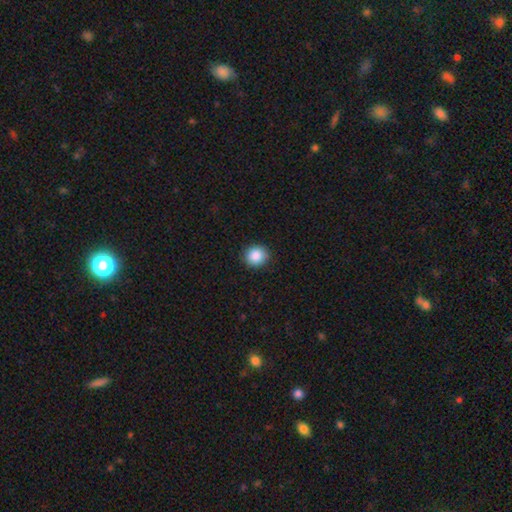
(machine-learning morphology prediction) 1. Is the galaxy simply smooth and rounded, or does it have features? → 88% smooth, 9% star or artifact, 3% featured or disk.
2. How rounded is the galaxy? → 89% round, 10% in between, 1% cigar-shaped.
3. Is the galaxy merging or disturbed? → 91% none, 7% minor disturbance, 2% major disturbance, 1% merger.